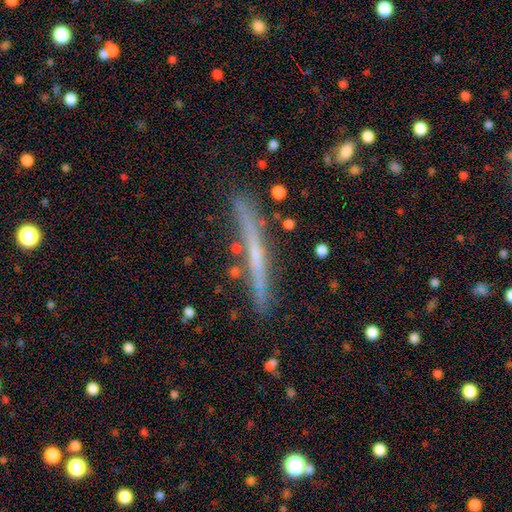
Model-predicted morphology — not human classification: The model was most divided on "smooth or featured": featured or disk: 54%, smooth: 39%, star or artifact: 7%. More confident: edge-on disk — yes (96%); merging — none (82%); edge-on bulge — none (79%).